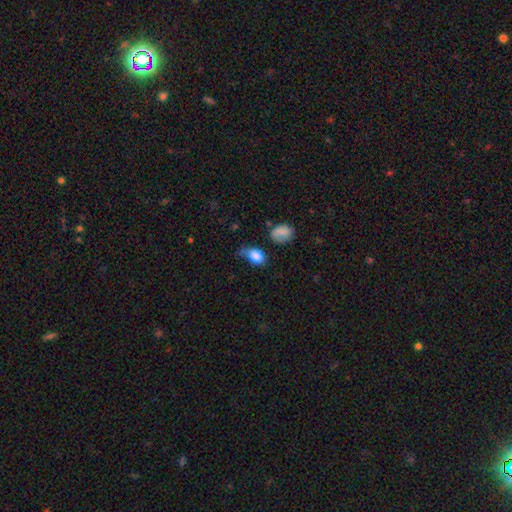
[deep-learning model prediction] Smooth or featured? Predicted: smooth (p=0.83). How rounded? Predicted: in between (p=0.79). Merging? Predicted: none (p=0.38, tied with minor disturbance).